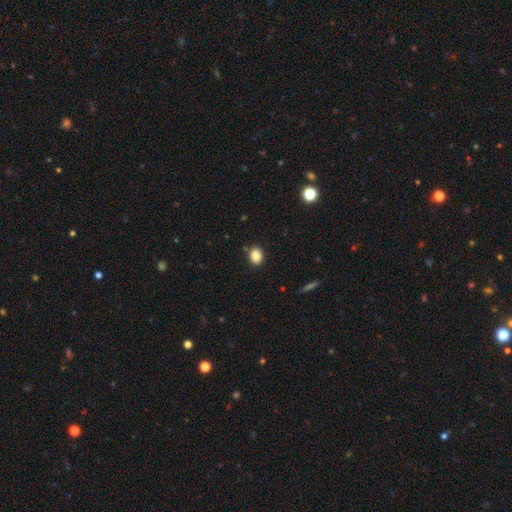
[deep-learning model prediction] A smooth galaxy with no disk features (86%) that is round (52%). Merging: none (85%).